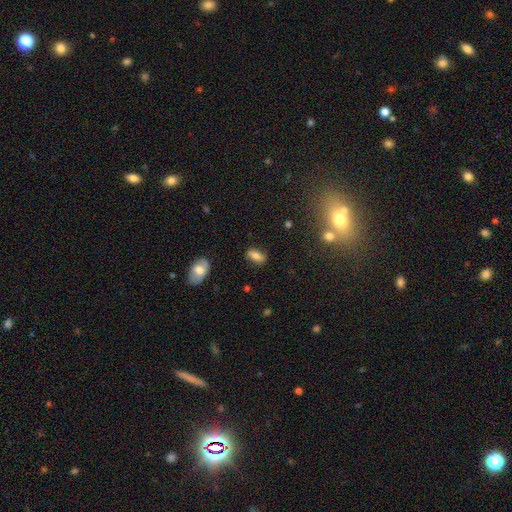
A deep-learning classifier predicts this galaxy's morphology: Overall: smooth (78%). How rounded: in between (86%). Merging: none (82%).